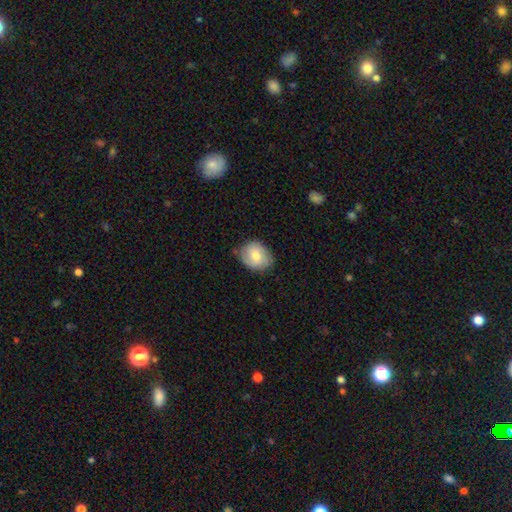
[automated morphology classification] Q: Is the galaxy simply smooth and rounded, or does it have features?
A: smooth — 69%.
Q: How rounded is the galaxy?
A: round — 54%.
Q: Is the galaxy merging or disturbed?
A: none — 73%.